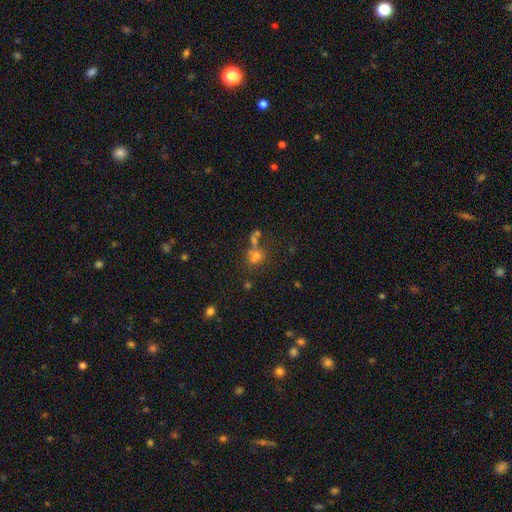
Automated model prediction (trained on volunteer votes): Q: Smooth or featured?
A: smooth (58%); runner-up: star or artifact (28%)
Q: How rounded?
A: round (70%); runner-up: in between (28%)
Q: Merging?
A: none (50%); runner-up: merger (30%)